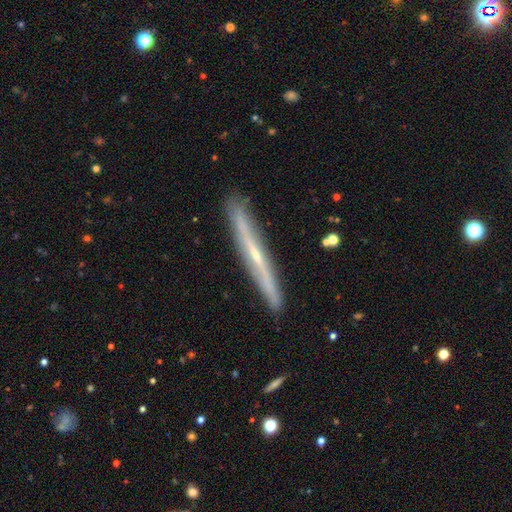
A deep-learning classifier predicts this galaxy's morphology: type=featured or disk (70%); edge-on=yes (93%); edge-on bulge=rounded (55%); merging=none (89%).